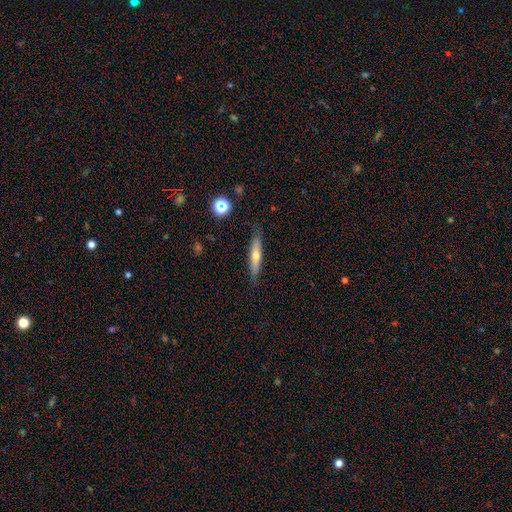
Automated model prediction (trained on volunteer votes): smooth-or-featured: smooth: 46% (tied) | featured or disk: 46% (tied) | star or artifact: 8%
  merging: none: 86% | minor disturbance: 10% | major disturbance: 2% | merger: 1%